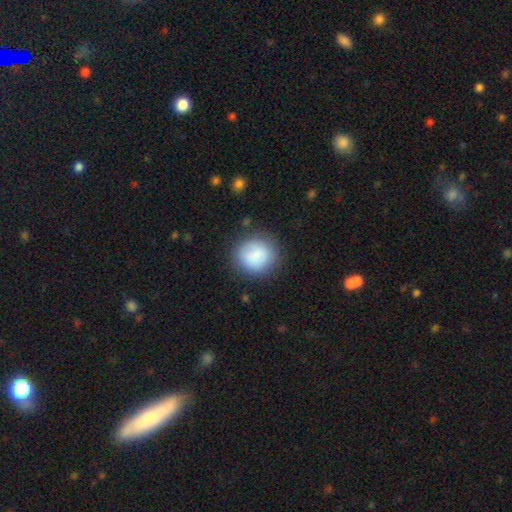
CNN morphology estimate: Q: Smooth or featured?
A: smooth (82%); runner-up: featured or disk (10%)
Q: How rounded?
A: round (86%); runner-up: in between (13%)
Q: Merging?
A: none (78%); runner-up: minor disturbance (13%)